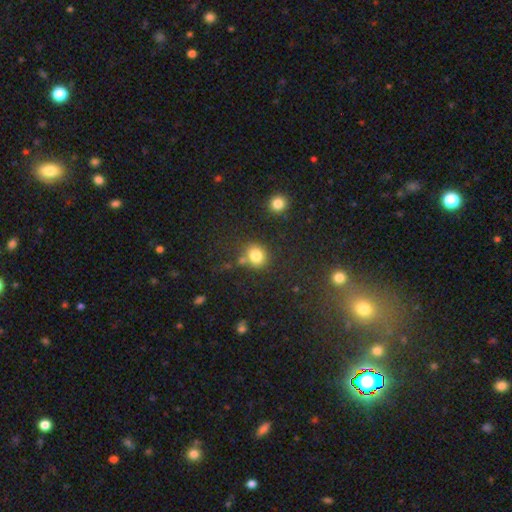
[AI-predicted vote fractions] Smooth or featured: smooth — 81% (star or artifact — 12%)
How rounded: round — 77% (in between — 22%)
Merging: none — 70% (minor disturbance — 13%)